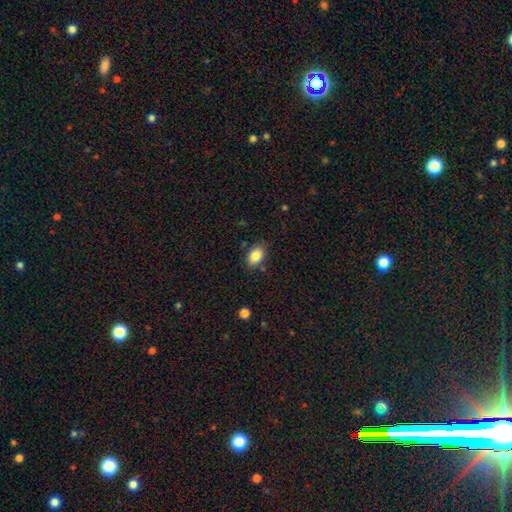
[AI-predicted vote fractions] Morphology: type=smooth (85%); roundness=in between (87%); merging=none (82%).